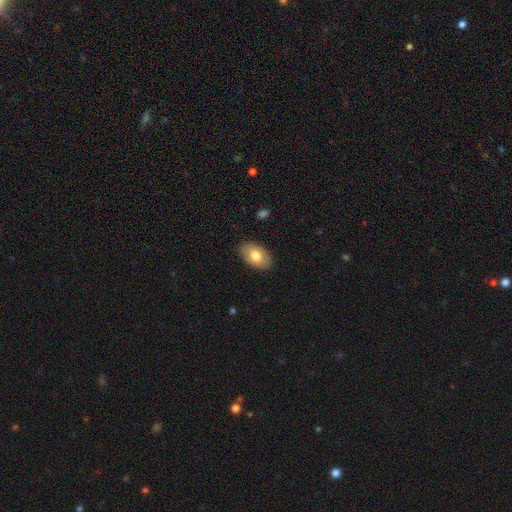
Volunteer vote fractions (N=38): A smooth galaxy with no disk features (74%) that is in between round and cigar-shaped (86%). Merging: none (83%).